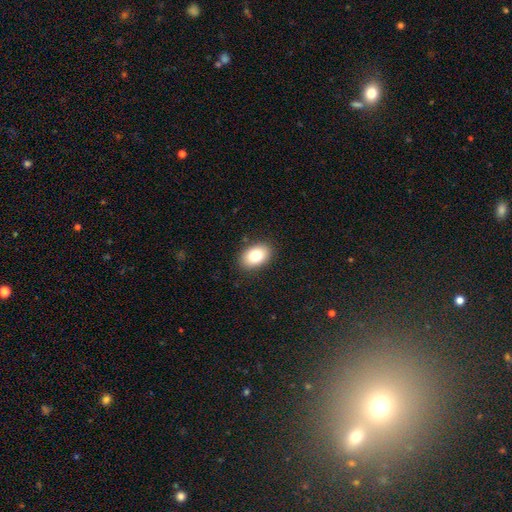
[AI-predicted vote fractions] A smooth galaxy with no disk features (82%) that is in between round and cigar-shaped (84%).

Vote fractions:
- Smooth or featured? smooth: 82% / featured or disk: 10% / star or artifact: 8%
- How rounded? in between: 84% / round: 15% / cigar-shaped: 1%
- Merging? none: 88% / minor disturbance: 9% / major disturbance: 2% / merger: 1%